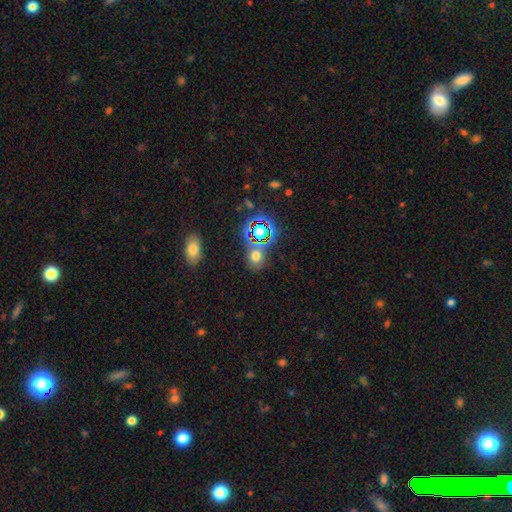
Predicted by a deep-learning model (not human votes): Smooth or featured? Predicted: smooth (p=0.58). How rounded? Predicted: round (p=0.62). Merging? Predicted: none (p=0.68).